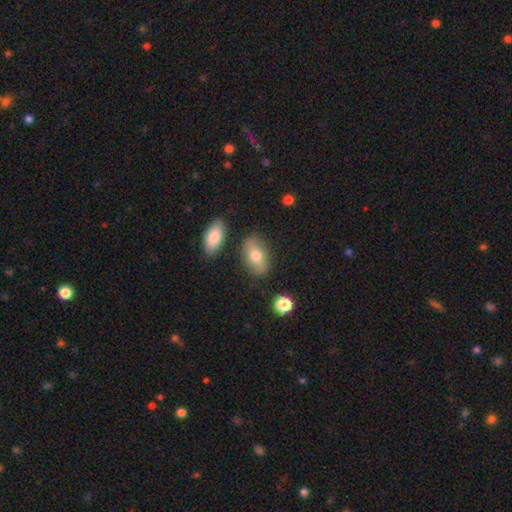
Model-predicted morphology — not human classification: smooth 71%, featured or disk 21%, star or artifact 7%. Down the decision tree: how rounded — in between (89%); merging — none (78%).